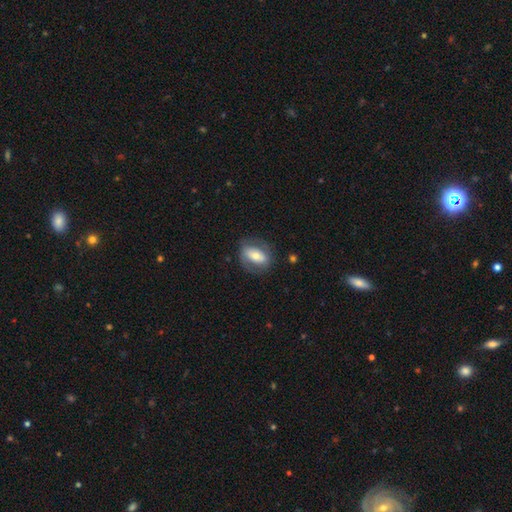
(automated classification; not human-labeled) Q: Smooth or featured?
A: smooth (48%); runner-up: featured or disk (45%)
Q: Merging?
A: none (73%); runner-up: minor disturbance (17%)